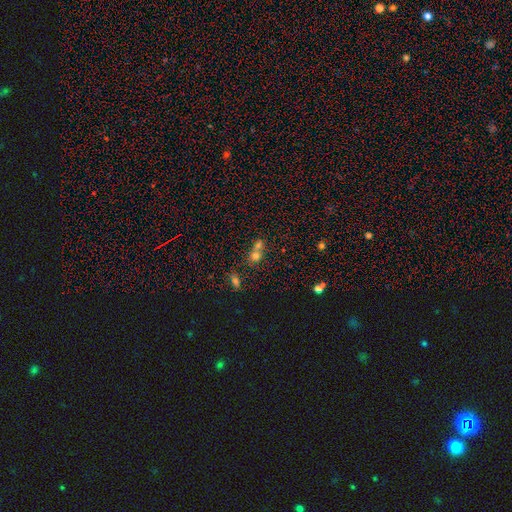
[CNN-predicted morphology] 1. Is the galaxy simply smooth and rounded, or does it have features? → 70% smooth, 15% star or artifact, 14% featured or disk.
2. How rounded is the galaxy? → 71% round, 27% in between, 2% cigar-shaped.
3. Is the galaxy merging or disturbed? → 64% merger, 28% none, 5% minor disturbance, 3% major disturbance.